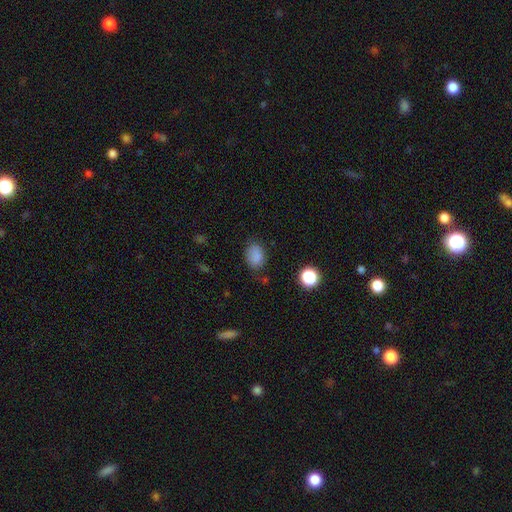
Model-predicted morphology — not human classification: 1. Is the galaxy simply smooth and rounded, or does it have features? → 83% smooth, 11% star or artifact, 5% featured or disk.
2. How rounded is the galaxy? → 70% in between, 29% round, 1% cigar-shaped.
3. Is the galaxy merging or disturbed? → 70% none, 22% minor disturbance, 6% major disturbance, 2% merger.